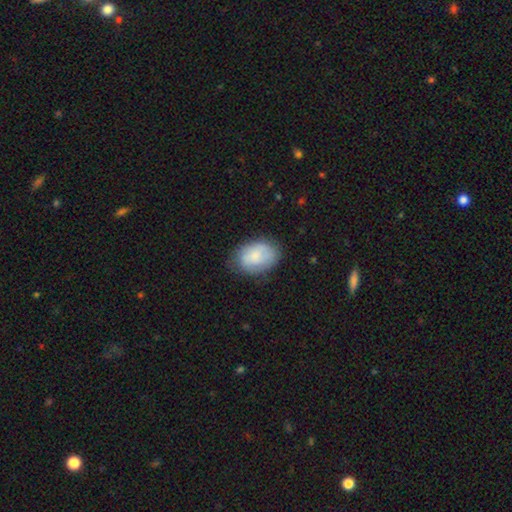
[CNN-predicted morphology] Smooth or featured? Predicted: smooth (p=0.74). How rounded? Predicted: in between (p=0.80). Merging? Predicted: none (p=0.72).